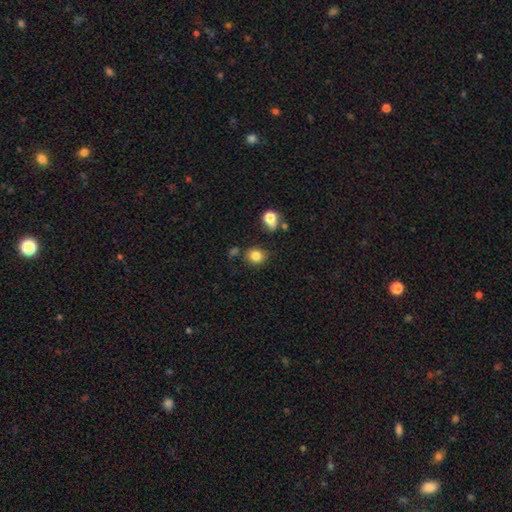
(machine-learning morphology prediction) Smooth or featured? Predicted: smooth (p=0.82). How rounded? Predicted: round (p=0.74). Merging? Predicted: none (p=0.73).